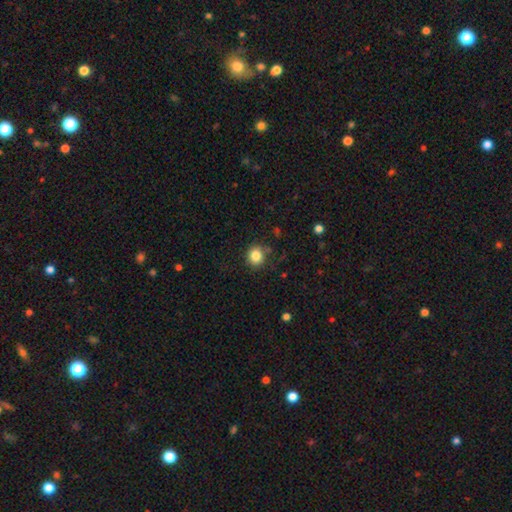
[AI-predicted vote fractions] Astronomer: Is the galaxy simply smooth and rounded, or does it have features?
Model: smooth — 84%.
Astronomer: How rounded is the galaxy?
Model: round — 83%.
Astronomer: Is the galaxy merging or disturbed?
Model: none — 83%.